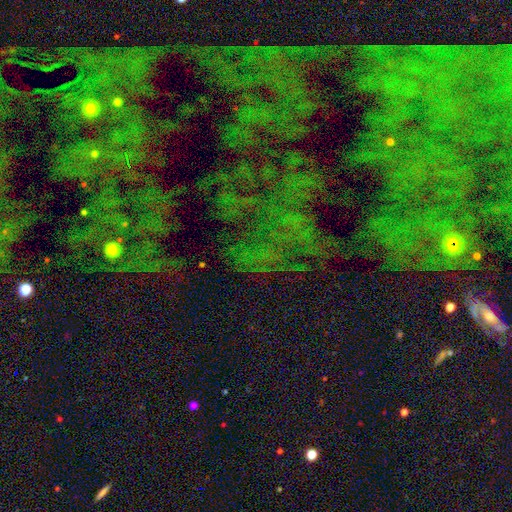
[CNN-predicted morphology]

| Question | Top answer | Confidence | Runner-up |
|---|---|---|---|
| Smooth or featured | star or artifact | 77% | smooth (12%) |